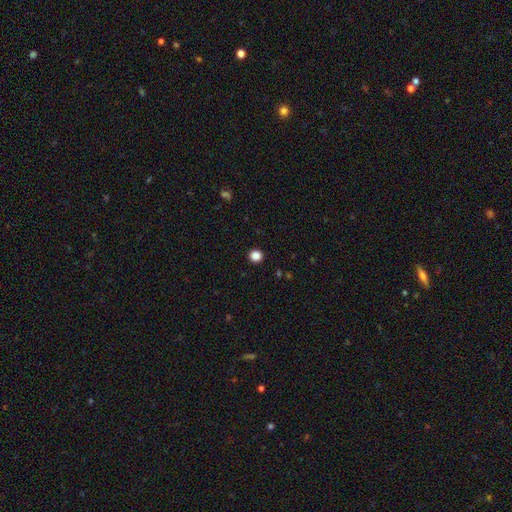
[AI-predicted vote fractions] Overall: smooth (85%). How rounded: round (93%). Merging: none (94%).